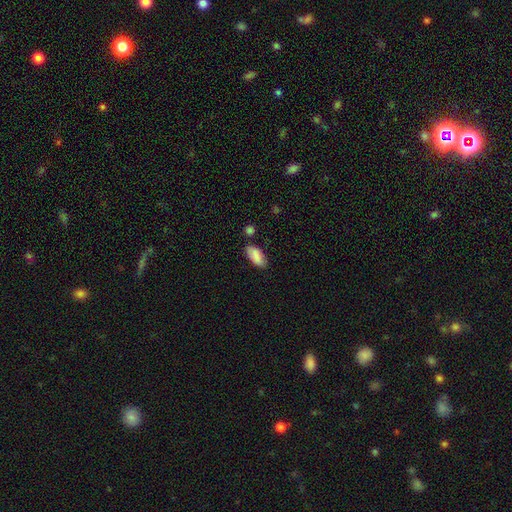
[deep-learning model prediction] smooth_or_featured: smooth (p=0.86) [alt: featured or disk p=0.07]
how_rounded: in between (p=0.87) [alt: cigar-shaped p=0.10]
merging: none (p=0.74) [alt: minor disturbance p=0.17]